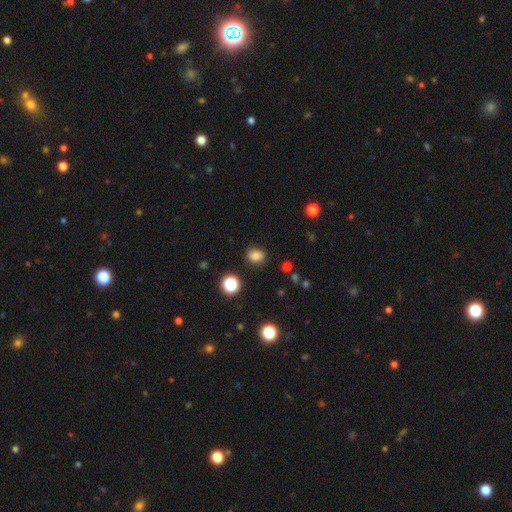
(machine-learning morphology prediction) smooth_or_featured: smooth (p=0.79) [alt: star or artifact p=0.14]
how_rounded: in between (p=0.50) [alt: round p=0.49]
merging: none (p=0.83) [alt: minor disturbance p=0.12]